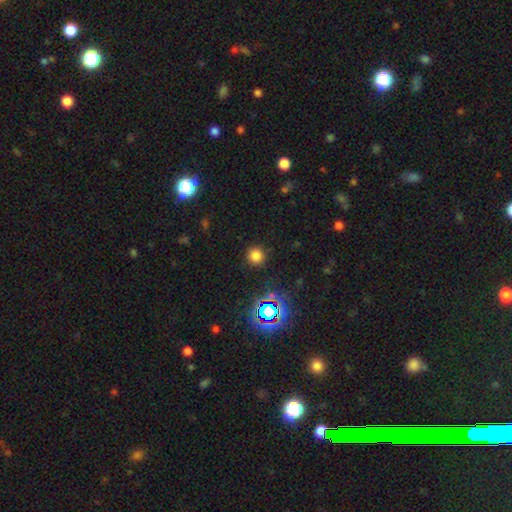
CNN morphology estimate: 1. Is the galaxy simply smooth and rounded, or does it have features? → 74% smooth, 21% star or artifact, 5% featured or disk.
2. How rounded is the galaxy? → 93% round, 6% in between, 1% cigar-shaped.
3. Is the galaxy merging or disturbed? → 89% none, 7% minor disturbance, 3% major disturbance, 1% merger.